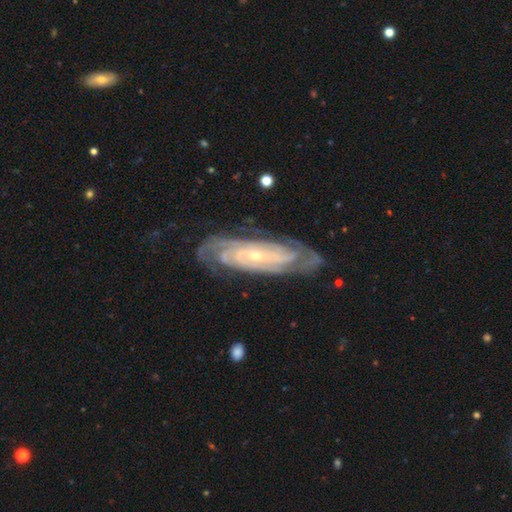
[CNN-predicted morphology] smooth-or-featured: featured or disk: 88% | smooth: 6% | star or artifact: 5%
  disk-edge-on: no: 88% | yes: 12%
    bar: no: 62% | weak: 24% | strong: 13%
    has-spiral-arms: yes: 97% | no: 3%
      spiral-winding: tight: 77% | medium: 19% | loose: 4%
      spiral-arm-count: can't tell: 30% | 2: 25% | 3: 16% | 4: 16% | more than 4: 8% | 1: 6%
    bulge-size: small: 80% | moderate: 16% | none: 1% | large: 1% | dominant: 1%
  merging: none: 78% | minor disturbance: 15% | major disturbance: 5% | merger: 1%